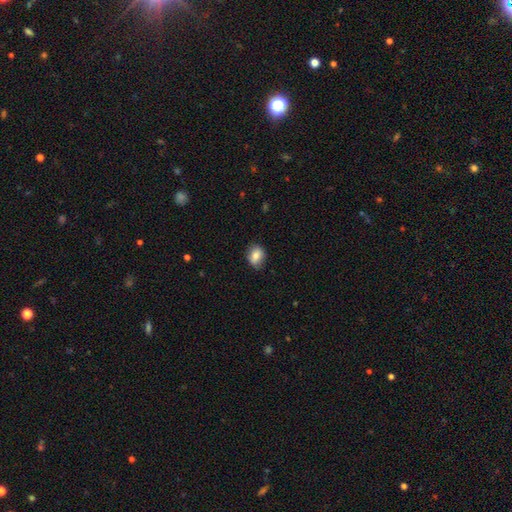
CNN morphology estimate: Smooth or featured? Predicted: smooth (p=0.79). How rounded? Predicted: in between (p=0.53). Merging? Predicted: none (p=0.77).